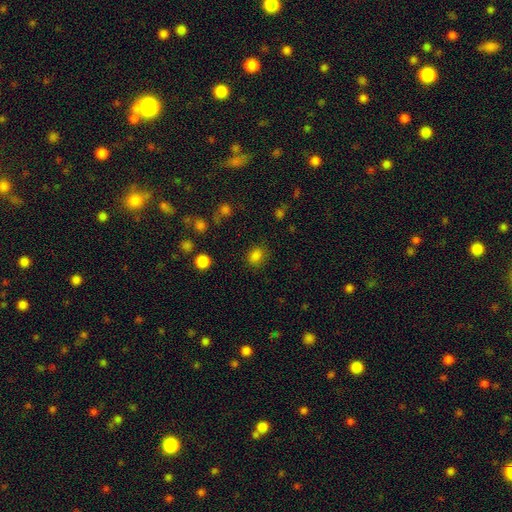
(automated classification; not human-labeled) A smooth galaxy with no disk features (82%) that is in between round and cigar-shaped (51%).

Vote fractions:
- Smooth or featured? smooth: 82% / star or artifact: 14% / featured or disk: 4%
- How rounded? in between: 51% / round: 48% / cigar-shaped: 1%
- Merging? none: 81% / minor disturbance: 13% / major disturbance: 4% / merger: 2%